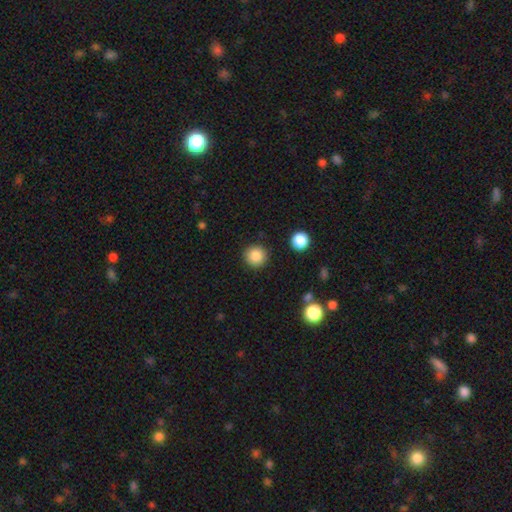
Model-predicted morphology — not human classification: This is clearly a smooth galaxy (86%). How rounded: clearly round (95%). Merging: clearly none (91%).